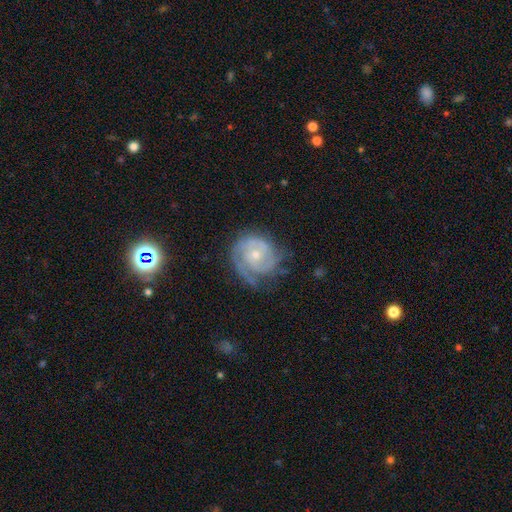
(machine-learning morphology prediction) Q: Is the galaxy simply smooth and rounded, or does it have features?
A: featured or disk — 82%.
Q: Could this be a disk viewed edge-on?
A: no — 97%.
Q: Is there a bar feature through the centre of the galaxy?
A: no — 72%.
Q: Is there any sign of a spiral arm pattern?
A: yes — 96%.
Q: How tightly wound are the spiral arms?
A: tight — 71%.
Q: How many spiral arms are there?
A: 2 — 34%.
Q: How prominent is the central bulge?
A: small — 62%.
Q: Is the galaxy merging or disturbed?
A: none — 69%.